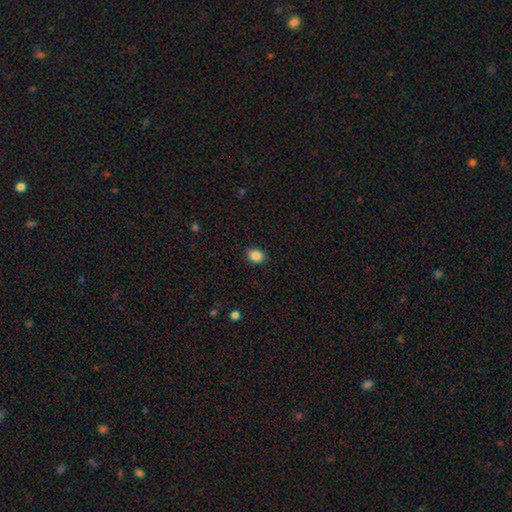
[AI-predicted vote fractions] This is clearly a smooth galaxy (87%). How rounded: possibly round (56%). Merging: clearly none (87%).